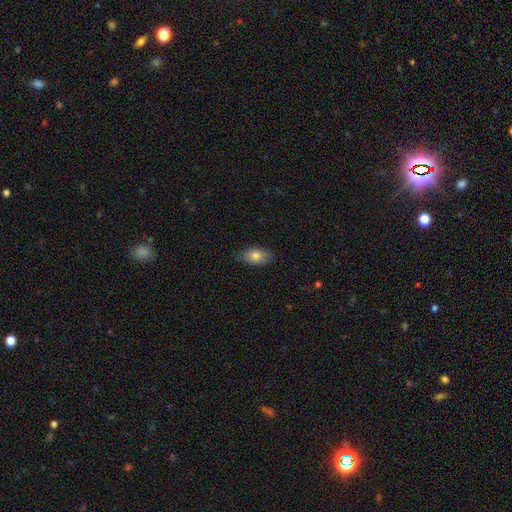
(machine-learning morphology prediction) Overall: smooth (80%). How rounded: in between (90%). Merging: none (84%).